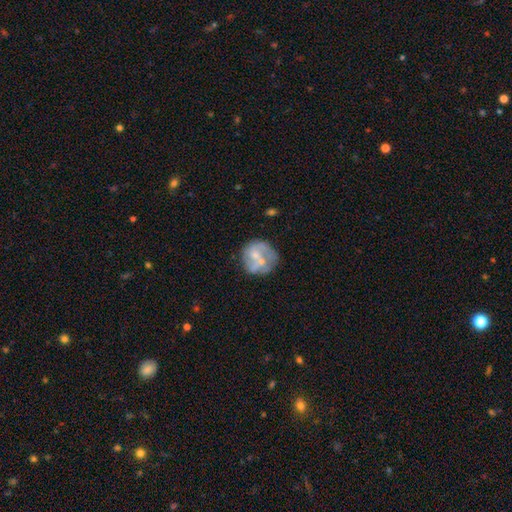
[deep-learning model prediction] Smooth or featured?
  - featured or disk: 59% *
  - smooth: 34%
  - star or artifact: 8%
Edge-on disk?
  - no: 98% *
  - yes: 2%
Bar?
  - no: 64% *
  - weak: 29%
  - strong: 7%
Spiral arms?
  - no: 54% *
  - yes: 46%
Bulge size?
  - small: 45% *
  - moderate: 33%
  - none: 19%
  - large: 2%
  - dominant: 1%
Merging?
  - none: 53% *
  - minor disturbance: 20%
  - merger: 14%
  - major disturbance: 13%